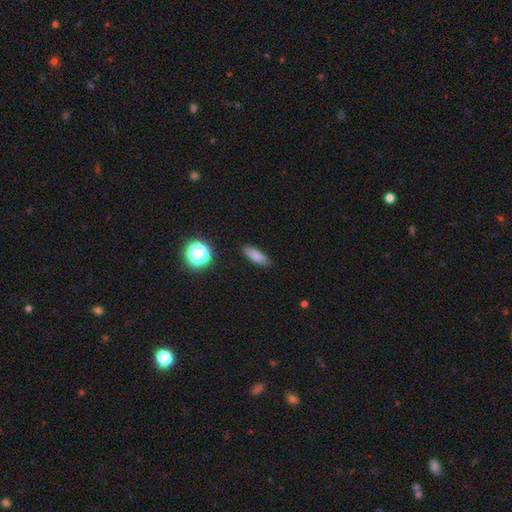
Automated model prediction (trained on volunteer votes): Q: Smooth or featured?
A: smooth (82%); runner-up: star or artifact (11%)
Q: How rounded?
A: in between (56%); runner-up: cigar-shaped (39%)
Q: Merging?
A: none (87%); runner-up: minor disturbance (10%)